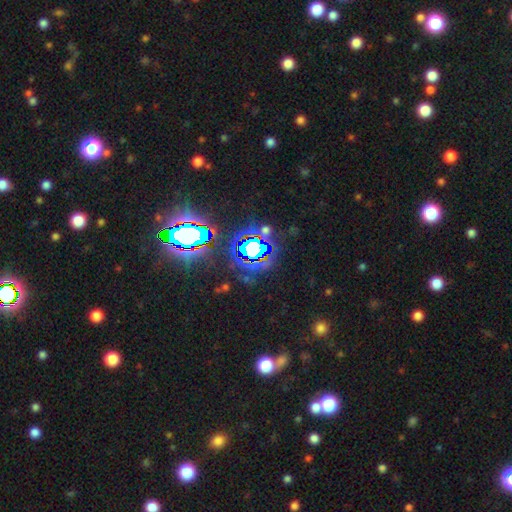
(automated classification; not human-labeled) smooth-or-featured: star or artifact: 82% | smooth: 12% | featured or disk: 7%